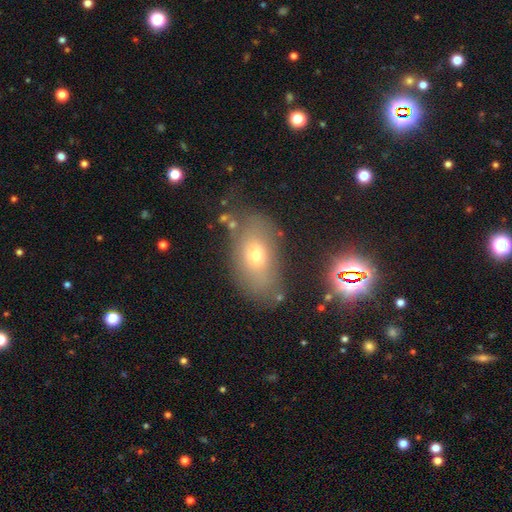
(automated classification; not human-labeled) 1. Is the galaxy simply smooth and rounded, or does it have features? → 62% smooth, 22% featured or disk, 15% star or artifact.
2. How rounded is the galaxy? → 85% in between, 11% round, 4% cigar-shaped.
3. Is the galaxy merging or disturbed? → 67% none, 18% minor disturbance, 9% major disturbance, 6% merger.